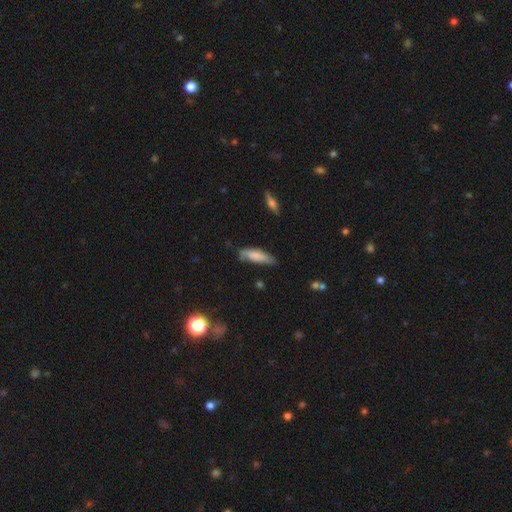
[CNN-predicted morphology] This appears to be a smooth galaxy with no disk features (73%) that is cigar-shaped (52%). Merging: none (55%).